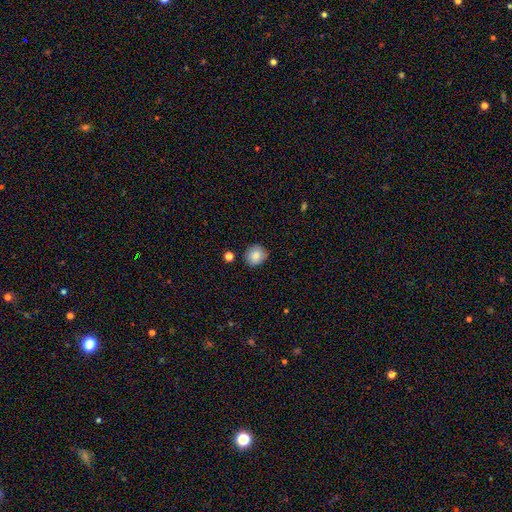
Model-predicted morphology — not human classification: Q: Smooth or featured?
A: smooth (84%); runner-up: star or artifact (9%)
Q: How rounded?
A: round (89%); runner-up: in between (10%)
Q: Merging?
A: none (85%); runner-up: minor disturbance (10%)